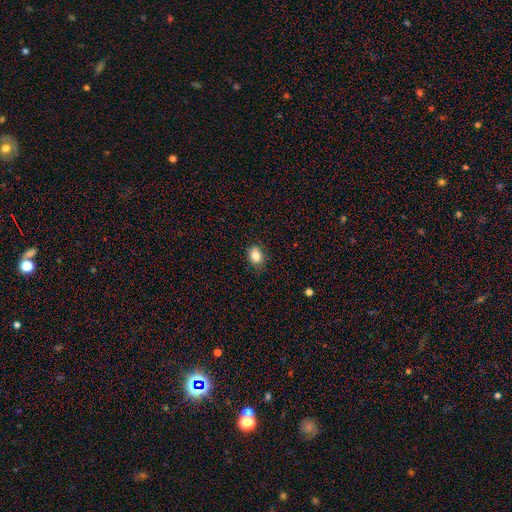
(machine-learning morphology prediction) smooth_or_featured: smooth (p=0.84) [alt: star or artifact p=0.10]
how_rounded: in between (p=0.61) [alt: round p=0.38]
merging: none (p=0.85) [alt: minor disturbance p=0.11]